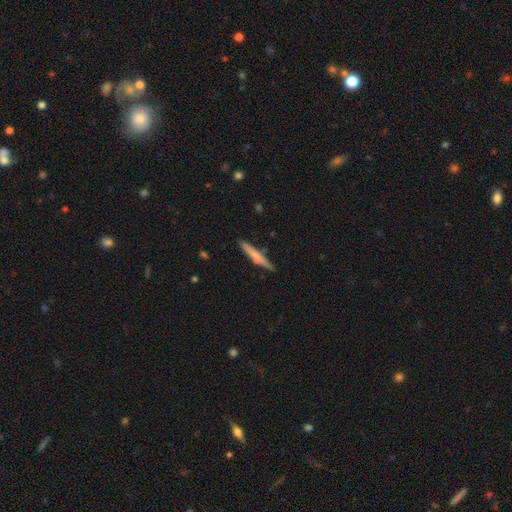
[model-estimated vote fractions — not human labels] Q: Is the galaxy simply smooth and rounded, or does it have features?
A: smooth — 58%.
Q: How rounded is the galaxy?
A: cigar-shaped — 94%.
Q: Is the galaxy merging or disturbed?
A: none — 83%.